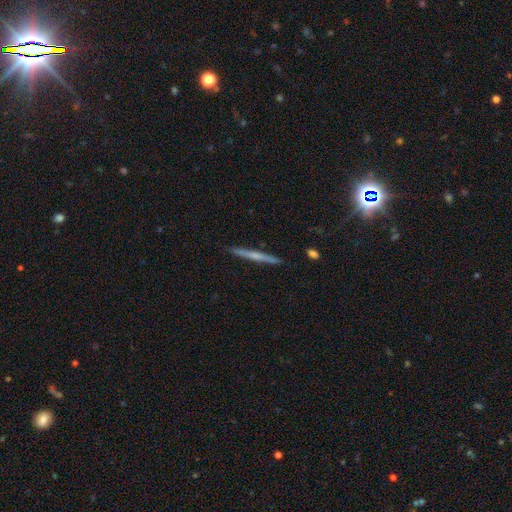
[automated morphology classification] type=featured or disk (51%); edge-on=yes (98%); merging=none (92%).